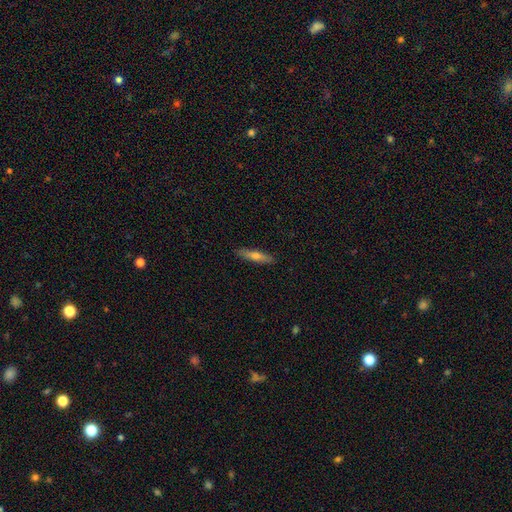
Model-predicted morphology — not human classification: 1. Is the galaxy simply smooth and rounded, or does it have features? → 55% smooth, 39% featured or disk, 6% star or artifact.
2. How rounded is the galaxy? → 86% cigar-shaped, 13% in between, 2% round.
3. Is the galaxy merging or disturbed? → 90% none, 8% minor disturbance, 2% major disturbance, 1% merger.